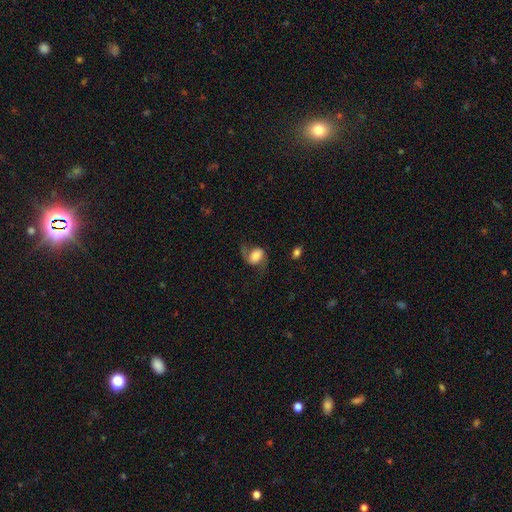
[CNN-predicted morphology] Smooth or featured? Predicted: featured or disk (p=0.53). Edge-on disk? Predicted: no (p=0.96). Bar? Predicted: no (p=0.50). Spiral arms? Predicted: yes (p=0.90). Bulge size? Predicted: large (p=0.35). Merging? Predicted: none (p=0.53).